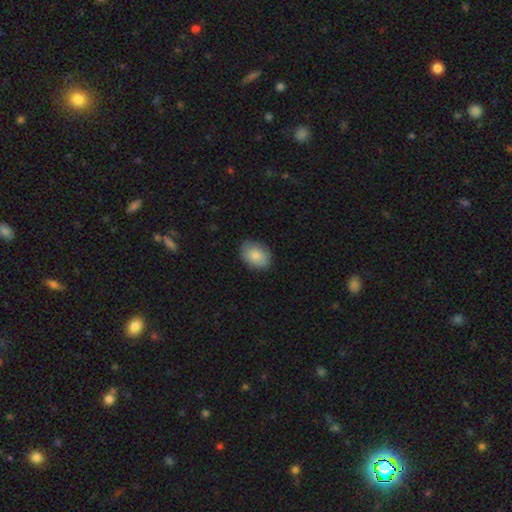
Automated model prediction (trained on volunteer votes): Smooth or featured? smooth (86%)
How rounded? in between (80%)
Merging? none (83%)